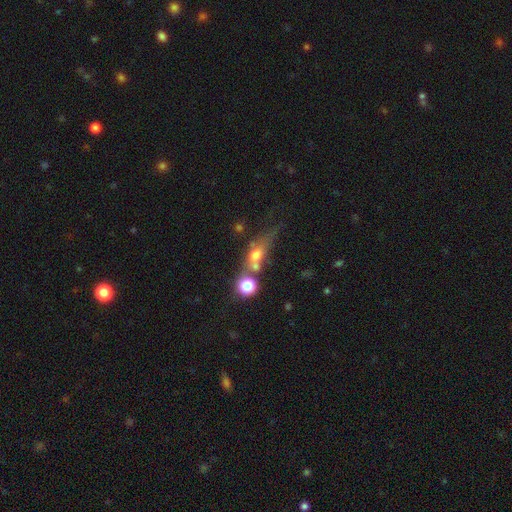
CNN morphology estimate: This is possibly a smooth galaxy (51%). How rounded: marginally in between (39%). Merging: marginally merger (39%).